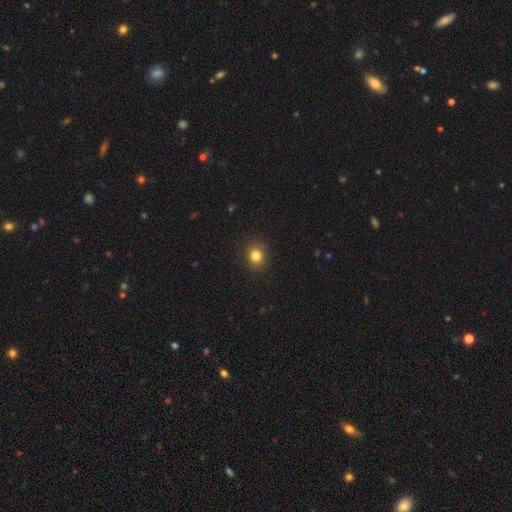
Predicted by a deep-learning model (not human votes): This is clearly a smooth galaxy (82%). How rounded: likely round (77%). Merging: clearly none (89%).